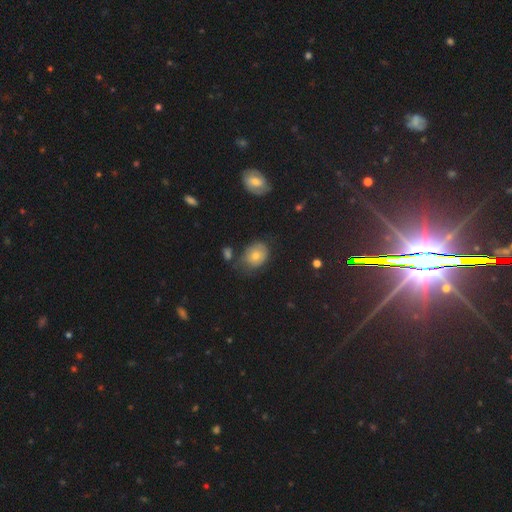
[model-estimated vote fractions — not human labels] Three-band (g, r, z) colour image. It shows a smooth galaxy with no disk features (65%) that is in between round and cigar-shaped (60%). Merging: none (49%).